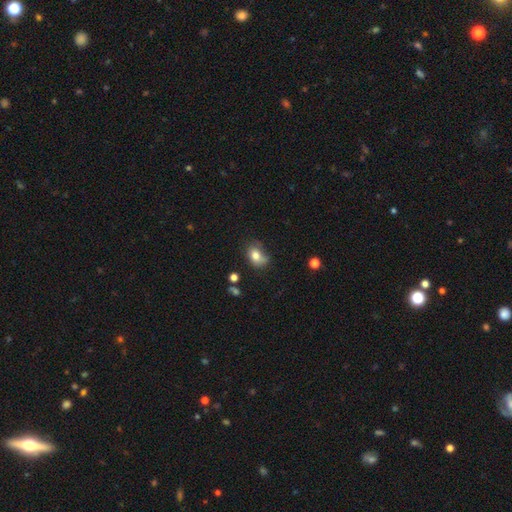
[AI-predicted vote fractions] This is likely a smooth galaxy (77%). How rounded: likely in between (63%). Merging: possibly none (48%).